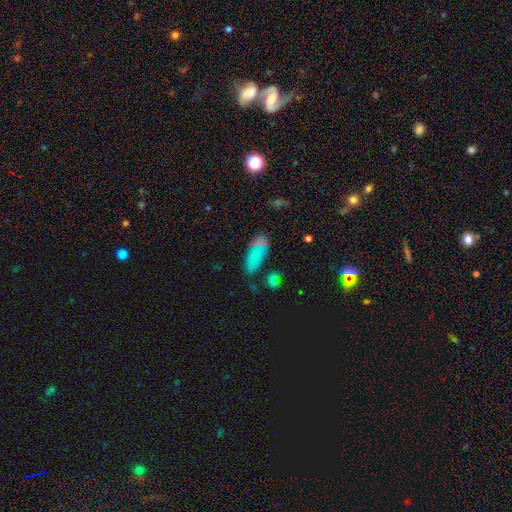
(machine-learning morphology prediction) smooth-or-featured: smooth: 65% | star or artifact: 19% | featured or disk: 16%
  how-rounded: in between: 80% | cigar-shaped: 15% | round: 6%
  merging: none: 57% | minor disturbance: 20% | merger: 13% | major disturbance: 9%